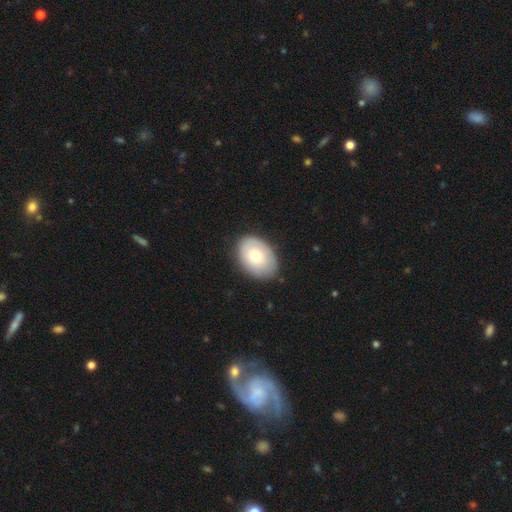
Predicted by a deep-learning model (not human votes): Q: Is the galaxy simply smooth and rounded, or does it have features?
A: smooth — 72%.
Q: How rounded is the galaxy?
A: in between — 79%.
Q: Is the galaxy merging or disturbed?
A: none — 81%.